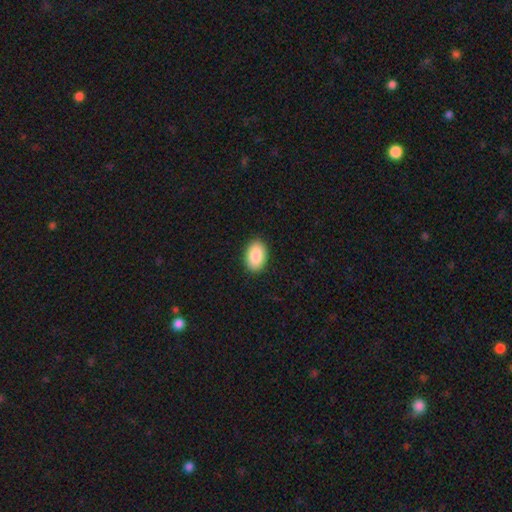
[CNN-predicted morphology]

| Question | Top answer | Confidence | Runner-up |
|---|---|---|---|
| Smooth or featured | smooth | 87% | star or artifact (7%) |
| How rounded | in between | 90% | round (9%) |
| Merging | none | 90% | minor disturbance (7%) |